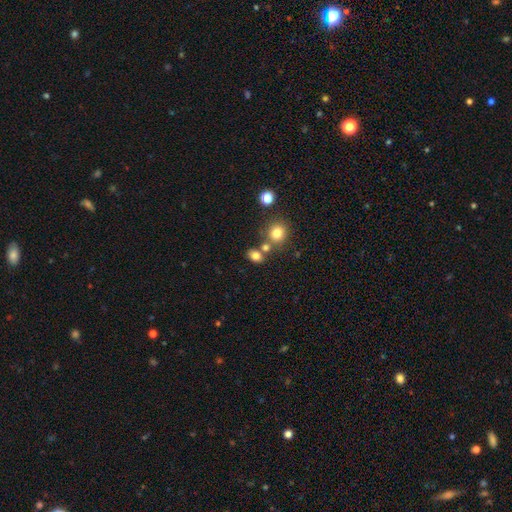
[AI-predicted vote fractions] smooth 78%, star or artifact 14%, featured or disk 8%. Down the decision tree: how rounded — in between (59%); merging — none (62%).